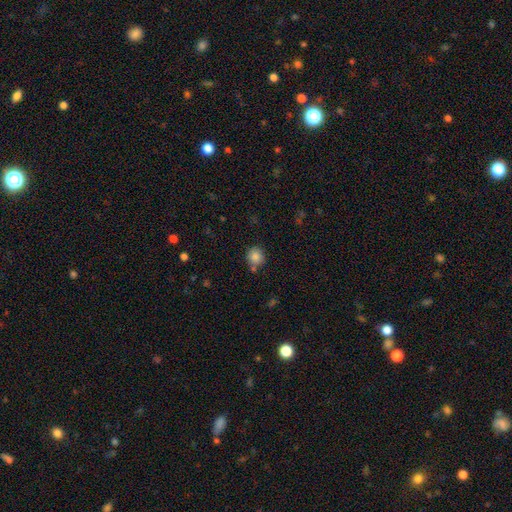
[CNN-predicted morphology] This is clearly a smooth galaxy (85%). How rounded: clearly round (87%). Merging: likely none (74%).